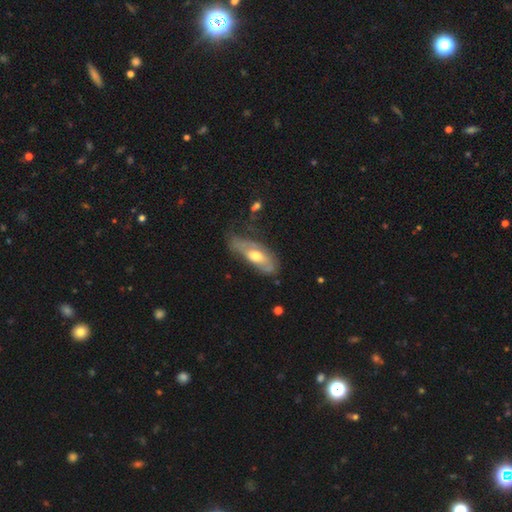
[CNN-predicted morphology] A featured or disk galaxy (54%). Merging: none (44%).